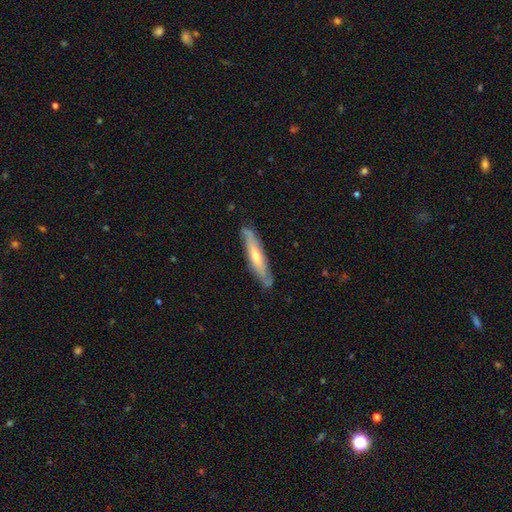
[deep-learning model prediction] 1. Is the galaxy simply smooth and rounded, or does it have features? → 56% featured or disk, 38% smooth, 6% star or artifact.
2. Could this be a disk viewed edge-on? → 66% yes, 34% no.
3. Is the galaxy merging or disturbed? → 81% none, 15% minor disturbance, 3% major disturbance, 1% merger.